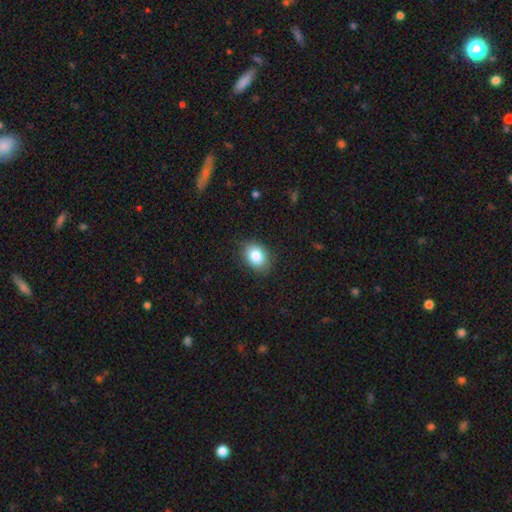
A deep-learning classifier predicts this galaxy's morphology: The model was most divided on "how rounded": in between: 69%, round: 30%, cigar-shaped: 1%. More confident: merging — none (85%); smooth or featured — smooth (85%).